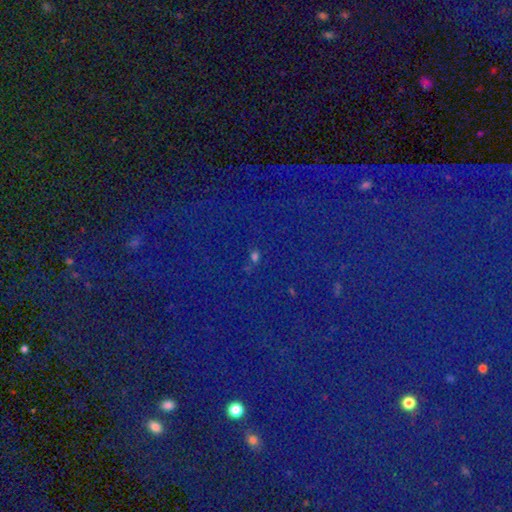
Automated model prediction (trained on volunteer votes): This appears to be a star or artifact, not a galaxy (84%).